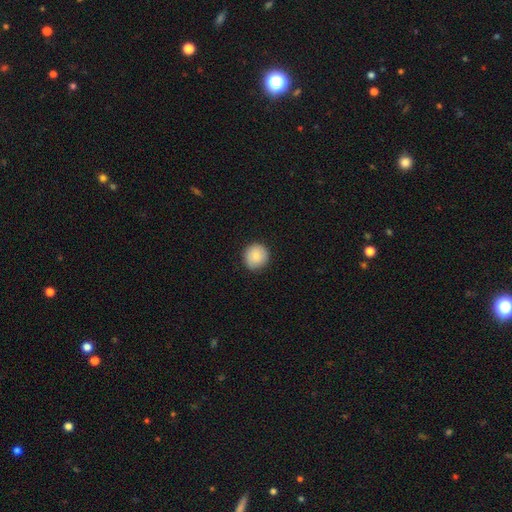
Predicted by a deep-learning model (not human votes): Smooth or featured? Predicted: smooth (p=0.85). How rounded? Predicted: round (p=0.93). Merging? Predicted: none (p=0.89).